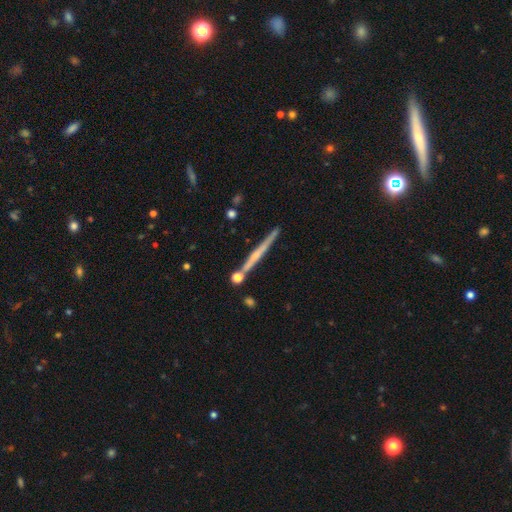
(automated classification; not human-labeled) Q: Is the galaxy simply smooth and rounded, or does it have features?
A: featured or disk — 65%.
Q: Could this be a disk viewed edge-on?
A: yes — 98%.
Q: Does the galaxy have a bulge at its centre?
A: none — 56%.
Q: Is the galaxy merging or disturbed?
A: none — 85%.